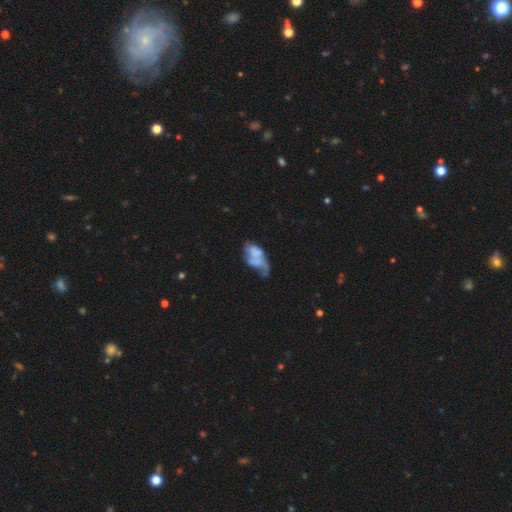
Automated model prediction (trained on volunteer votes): This appears to be a featured or disk galaxy (49%). Merging: major disturbance (36%).